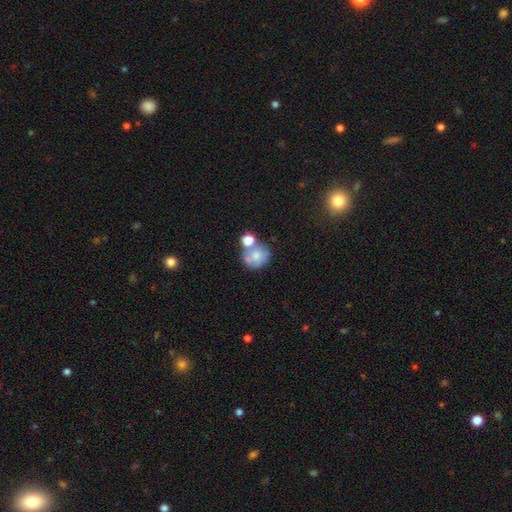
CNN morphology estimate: This appears to be a smooth galaxy with no disk features (65%) that is round (76%). Merging: none (41%).